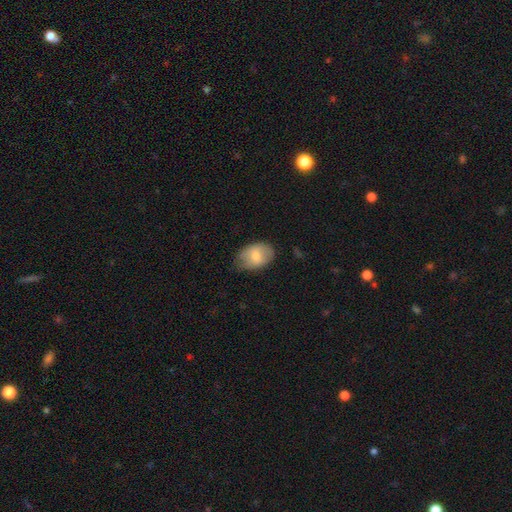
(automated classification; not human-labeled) Morphology: type=smooth (71%); roundness=in between (84%); merging=none (66%).